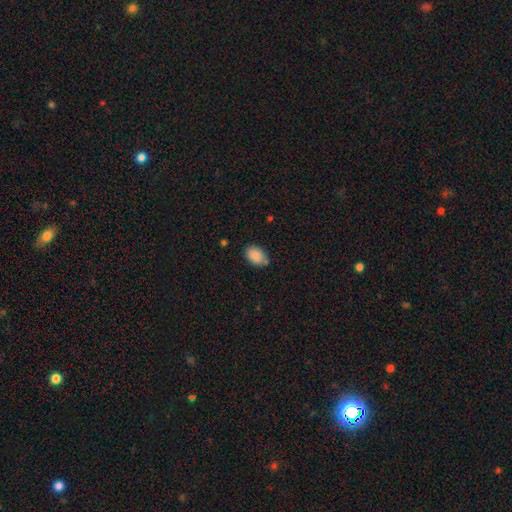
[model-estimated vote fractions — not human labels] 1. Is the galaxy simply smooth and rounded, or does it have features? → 88% smooth, 7% star or artifact, 5% featured or disk.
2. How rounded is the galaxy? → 85% in between, 14% round, 1% cigar-shaped.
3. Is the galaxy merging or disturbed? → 71% none, 20% minor disturbance, 6% merger, 4% major disturbance.